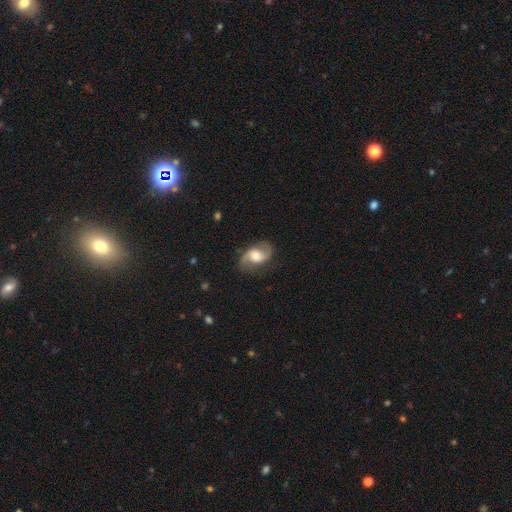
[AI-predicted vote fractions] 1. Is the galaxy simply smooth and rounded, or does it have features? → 70% featured or disk, 24% smooth, 7% star or artifact.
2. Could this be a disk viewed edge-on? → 96% no, 4% yes.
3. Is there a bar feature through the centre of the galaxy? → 53% no, 36% weak, 11% strong.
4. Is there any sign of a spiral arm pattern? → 90% yes, 10% no.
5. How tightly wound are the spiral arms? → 44% loose, 41% medium, 15% tight.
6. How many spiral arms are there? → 89% 2, 5% can't tell, 3% 1, 1% 3, 1% 4, 1% more than 4.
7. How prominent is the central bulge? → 66% moderate, 18% small, 13% large, 1% dominant, 1% none.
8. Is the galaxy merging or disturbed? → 76% none, 16% minor disturbance, 6% major disturbance, 1% merger.